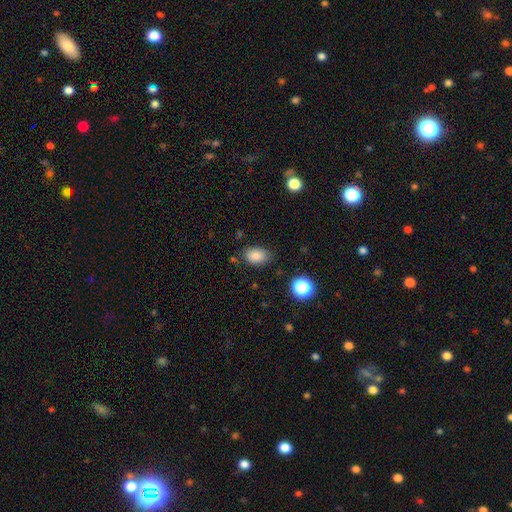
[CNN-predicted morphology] This is clearly a smooth galaxy (85%). How rounded: clearly in between (80%). Merging: likely none (76%).